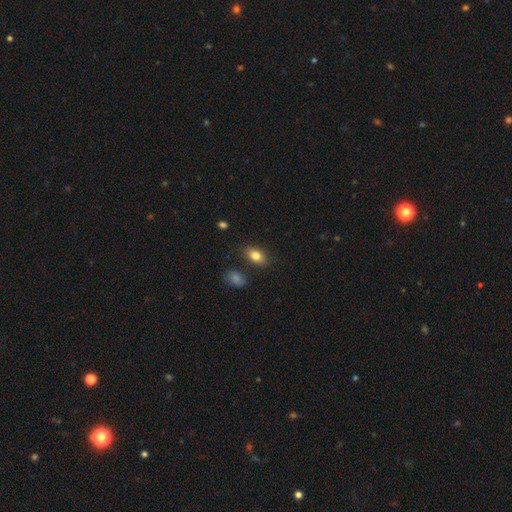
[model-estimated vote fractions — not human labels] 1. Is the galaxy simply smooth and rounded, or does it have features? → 82% smooth, 9% featured or disk, 8% star or artifact.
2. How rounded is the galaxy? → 88% in between, 10% round, 3% cigar-shaped.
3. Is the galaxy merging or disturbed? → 82% none, 11% minor disturbance, 3% merger, 3% major disturbance.